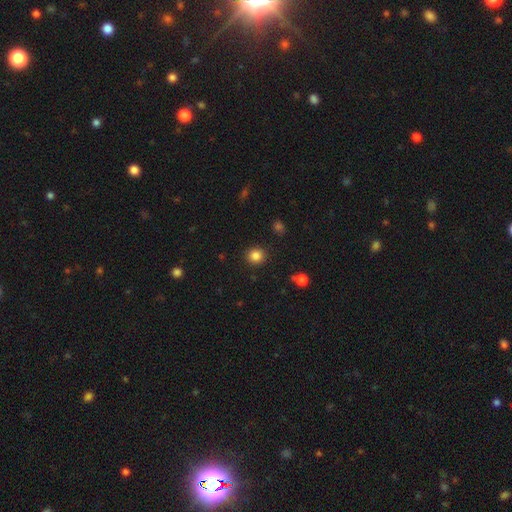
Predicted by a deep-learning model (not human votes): smooth_or_featured: smooth (p=0.85) [alt: star or artifact p=0.11]
how_rounded: round (p=0.89) [alt: in between p=0.10]
merging: none (p=0.90) [alt: minor disturbance p=0.06]